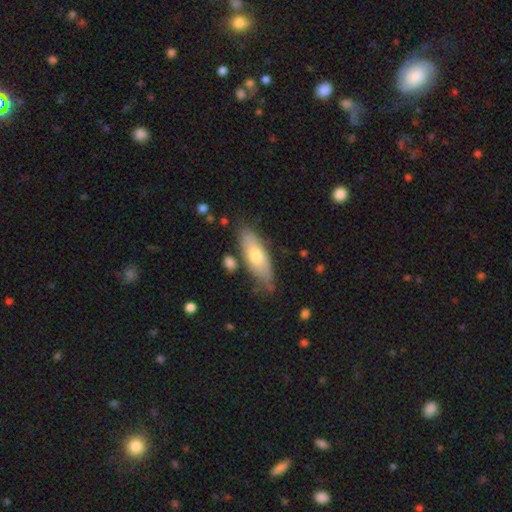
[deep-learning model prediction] Q: Smooth or featured?
A: smooth (65%); runner-up: featured or disk (29%)
Q: How rounded?
A: in between (61%); runner-up: cigar-shaped (36%)
Q: Merging?
A: none (72%); runner-up: minor disturbance (19%)